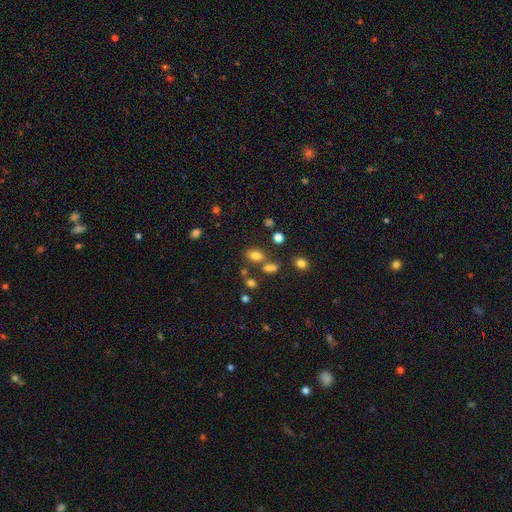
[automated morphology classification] Smooth or featured? smooth (77%)
How rounded? in between (79%)
Merging? none (63%)